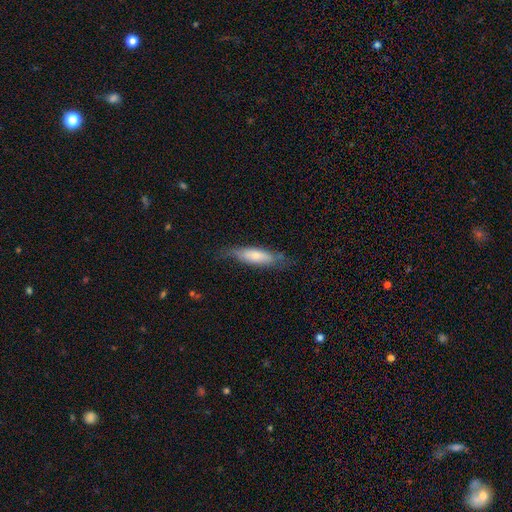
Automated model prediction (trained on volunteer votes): Smooth or featured: smooth — 62% (featured or disk — 32%)
How rounded: cigar-shaped — 54% (in between — 44%)
Merging: none — 63% (minor disturbance — 26%)